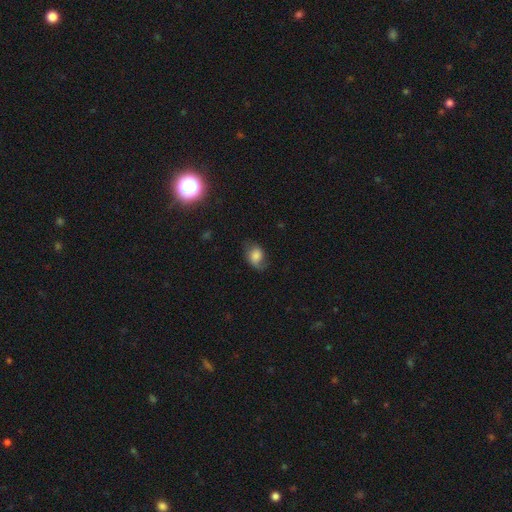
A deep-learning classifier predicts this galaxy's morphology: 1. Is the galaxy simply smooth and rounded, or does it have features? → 67% smooth, 23% featured or disk, 10% star or artifact.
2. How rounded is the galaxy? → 69% in between, 30% round, 1% cigar-shaped.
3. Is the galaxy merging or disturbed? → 54% none, 30% minor disturbance, 14% major disturbance, 1% merger.